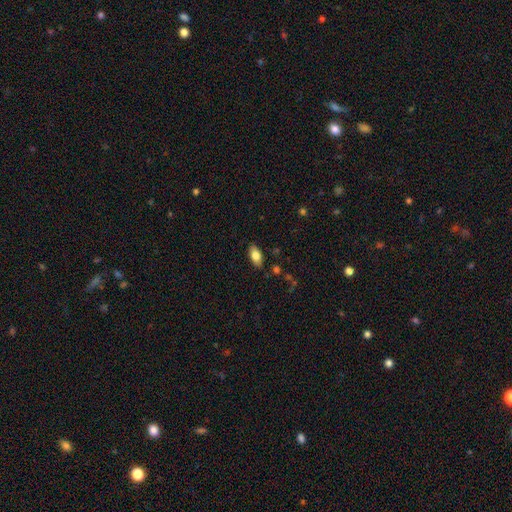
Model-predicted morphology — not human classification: Smooth or featured?
  - smooth: 78% *
  - featured or disk: 15%
  - star or artifact: 7%
How rounded?
  - in between: 90% *
  - cigar-shaped: 7%
  - round: 3%
Merging?
  - none: 85% *
  - minor disturbance: 11%
  - major disturbance: 2%
  - merger: 1%